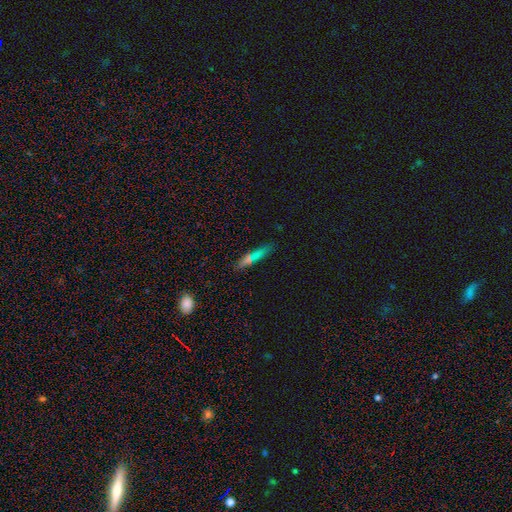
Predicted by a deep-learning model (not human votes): smooth_or_featured: smooth (p=0.67) [alt: featured or disk p=0.18]
how_rounded: cigar-shaped (p=0.82) [alt: in between p=0.15]
merging: none (p=0.86) [alt: minor disturbance p=0.10]